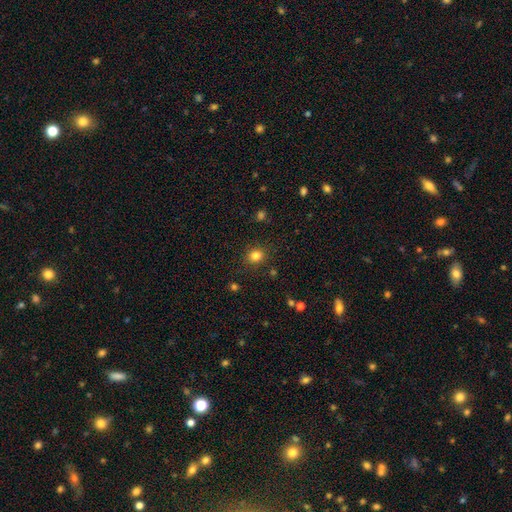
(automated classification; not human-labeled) Morphology: type=smooth (82%); roundness=round (75%); merging=none (88%).